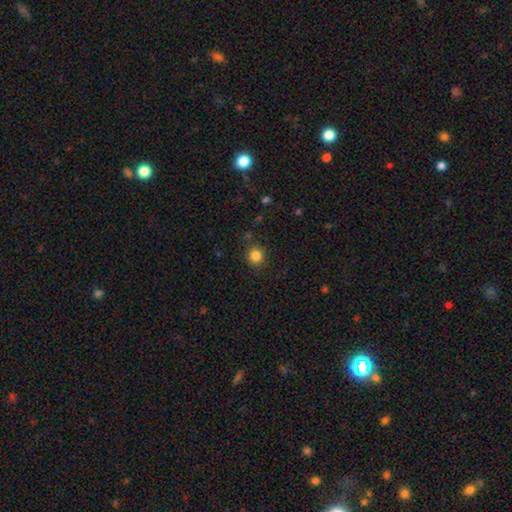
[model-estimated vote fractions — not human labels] This appears to be a smooth galaxy with no disk features (84%) that is round (89%). Merging: none (88%).